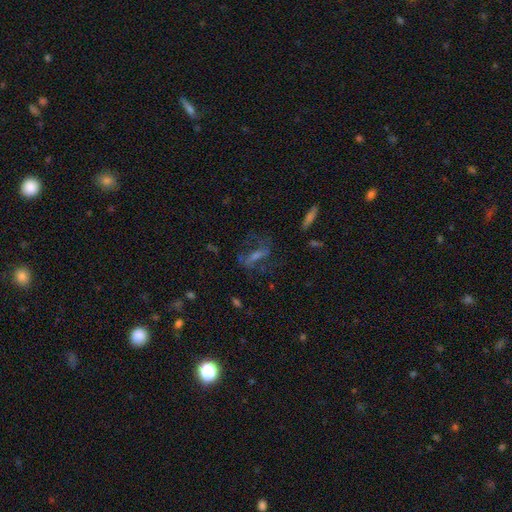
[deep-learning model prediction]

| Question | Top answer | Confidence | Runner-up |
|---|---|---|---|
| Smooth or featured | featured or disk | 50% | star or artifact (27%) |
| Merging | none | 61% | major disturbance (19%) |